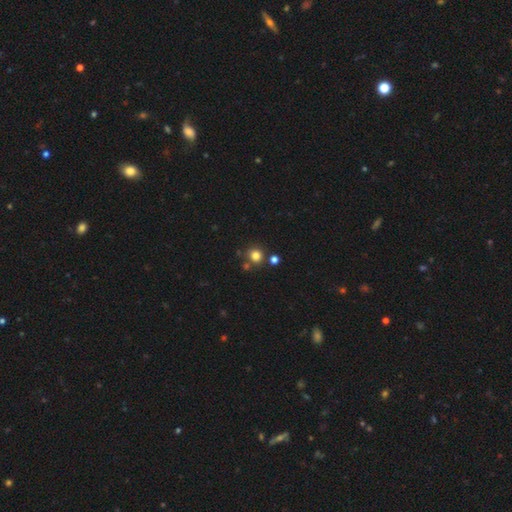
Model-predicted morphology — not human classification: Overall: smooth (80%). How rounded: round (91%). Merging: none (77%).